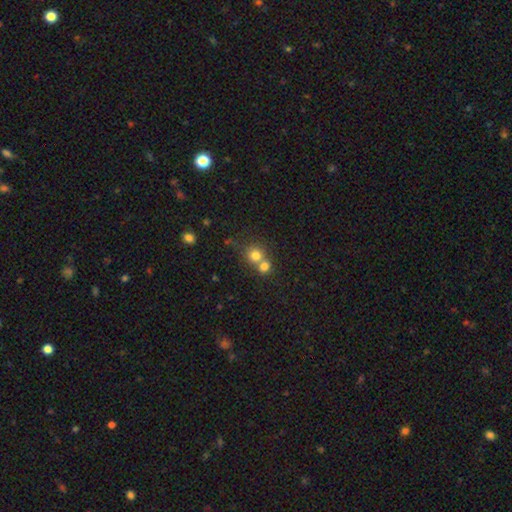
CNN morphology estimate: Smooth or featured? Predicted: smooth (p=0.76). How rounded? Predicted: round (p=0.85). Merging? Predicted: merger (p=0.52).